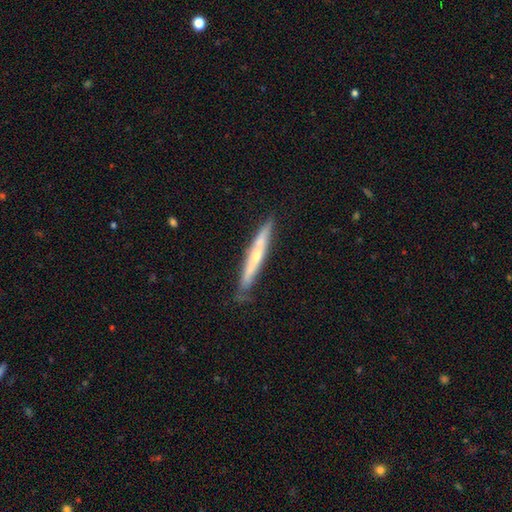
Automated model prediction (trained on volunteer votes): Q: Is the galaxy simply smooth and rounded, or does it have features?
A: featured or disk — 62%.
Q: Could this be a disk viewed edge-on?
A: yes — 91%.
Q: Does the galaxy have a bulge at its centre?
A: rounded — 66%.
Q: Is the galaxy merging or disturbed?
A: none — 80%.